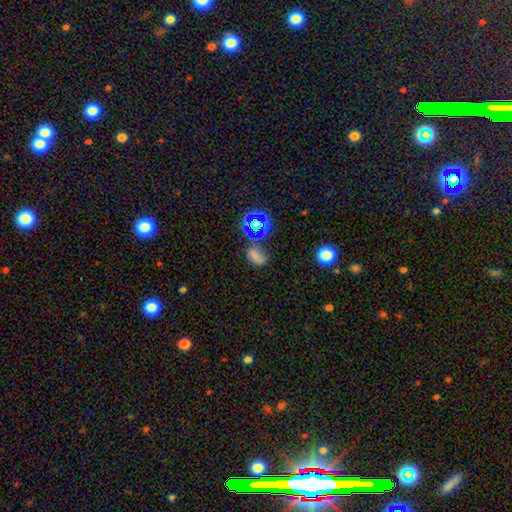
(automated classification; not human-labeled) This is possibly a smooth galaxy (59%). How rounded: likely in between (76%). Merging: possibly none (52%).